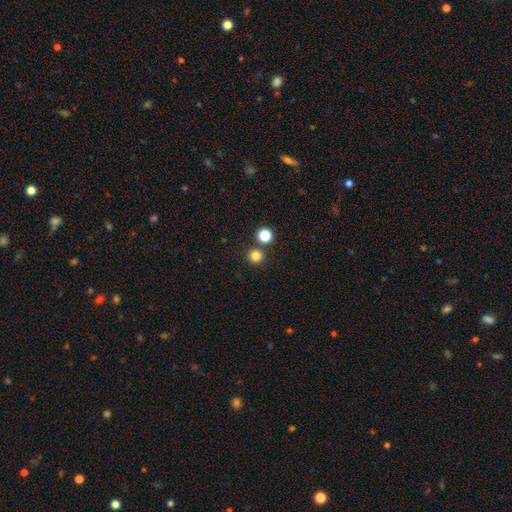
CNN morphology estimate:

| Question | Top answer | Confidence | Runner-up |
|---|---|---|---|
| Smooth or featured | smooth | 81% | star or artifact (15%) |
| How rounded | round | 95% | in between (4%) |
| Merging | none | 83% | merger (10%) |